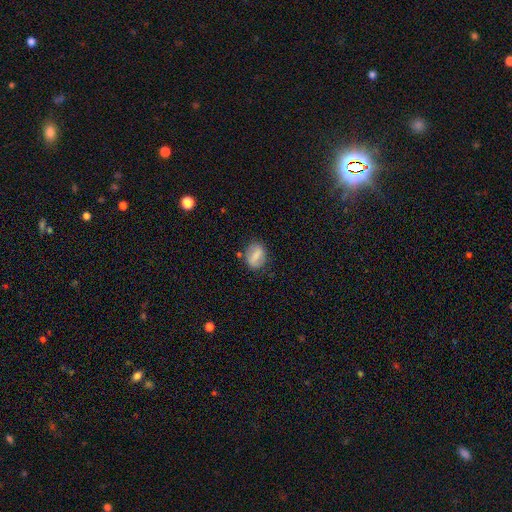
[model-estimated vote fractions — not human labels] Morphology: type=smooth (66%); roundness=in between (68%); merging=none (75%).